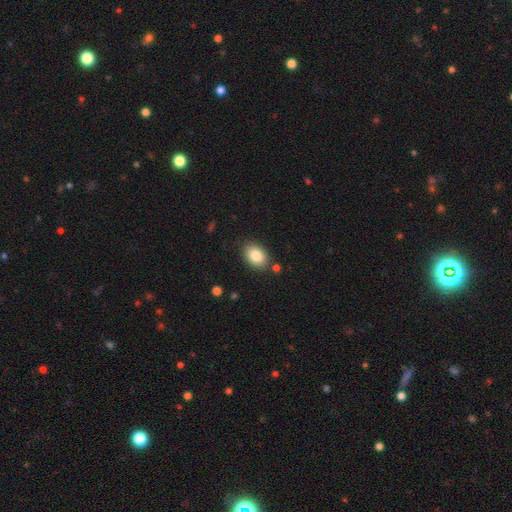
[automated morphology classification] Smooth or featured? smooth (83%)
How rounded? in between (82%)
Merging? none (84%)